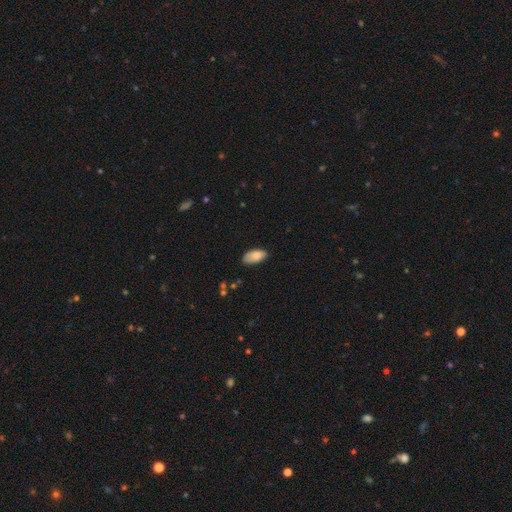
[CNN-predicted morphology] This appears to be a smooth galaxy with no disk features (84%) that is in between round and cigar-shaped (94%). Merging: none (70%).